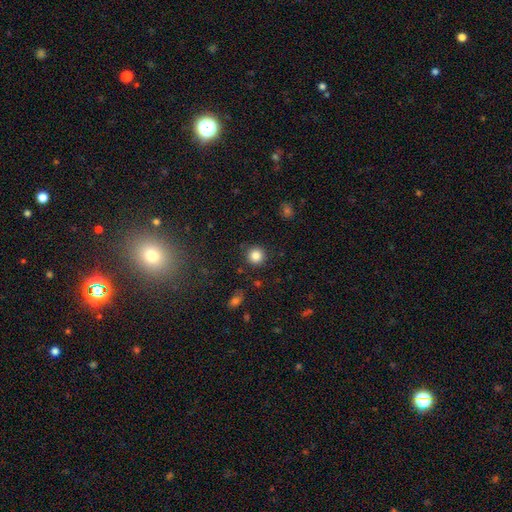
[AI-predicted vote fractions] Smooth or featured? Predicted: smooth (p=0.84). How rounded? Predicted: round (p=0.94). Merging? Predicted: none (p=0.90).